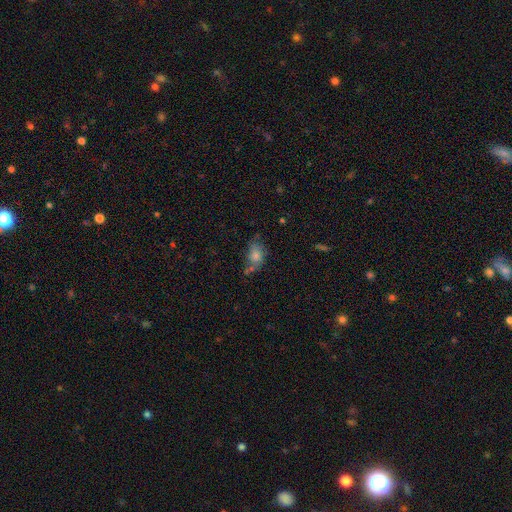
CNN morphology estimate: Smooth or featured: smooth — 72% (featured or disk — 18%)
How rounded: in between — 79% (round — 18%)
Merging: none — 46% (minor disturbance — 26%)